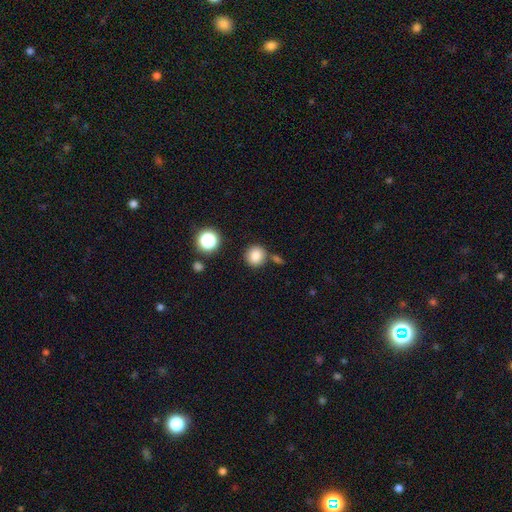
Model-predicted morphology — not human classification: This is clearly a smooth galaxy (84%). How rounded: clearly round (90%). Merging: likely none (78%).